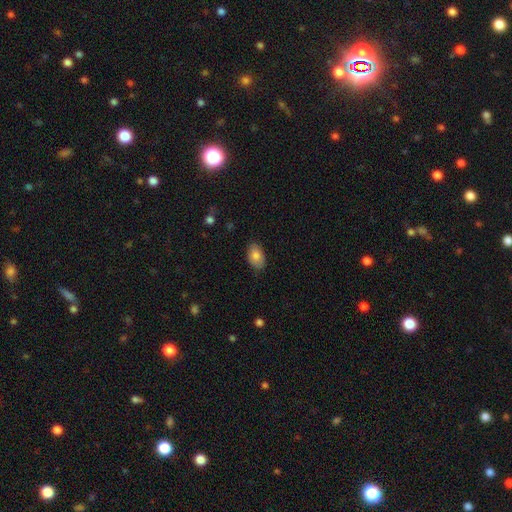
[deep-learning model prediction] Smooth or featured?
  - smooth: 83% *
  - featured or disk: 10%
  - star or artifact: 7%
How rounded?
  - in between: 89% *
  - round: 9%
  - cigar-shaped: 1%
Merging?
  - none: 83% *
  - minor disturbance: 14%
  - major disturbance: 3%
  - merger: 1%